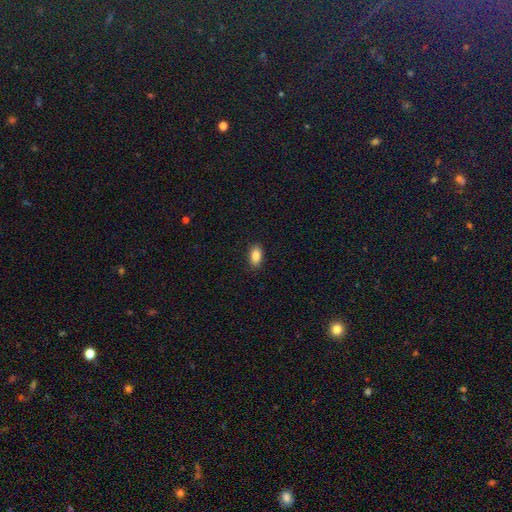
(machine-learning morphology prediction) This appears to be a smooth galaxy with no disk features (86%) that is in between round and cigar-shaped (91%). Merging: none (89%).